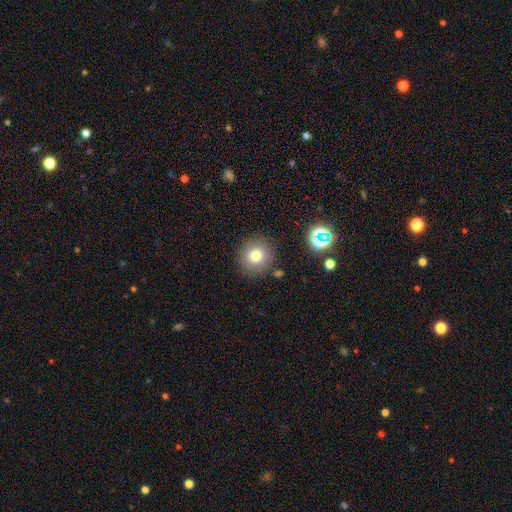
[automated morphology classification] A smooth galaxy with no disk features (76%) that is round (92%). Merging: none (86%).